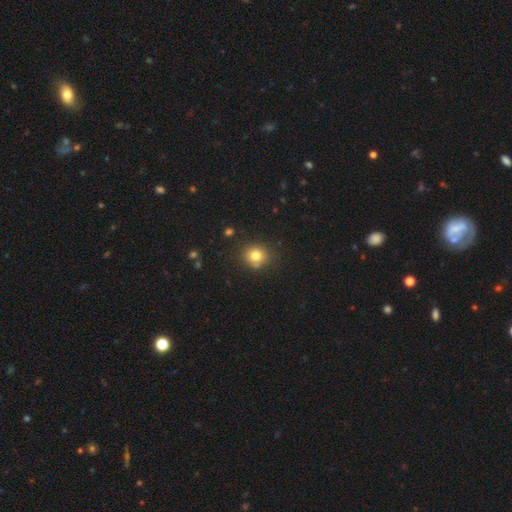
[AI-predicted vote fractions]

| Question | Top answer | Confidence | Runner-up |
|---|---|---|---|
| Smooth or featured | smooth | 79% | star or artifact (13%) |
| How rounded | round | 86% | in between (14%) |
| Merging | none | 81% | minor disturbance (11%) |